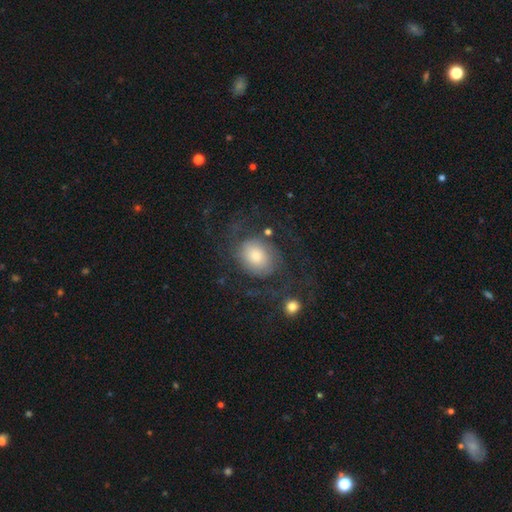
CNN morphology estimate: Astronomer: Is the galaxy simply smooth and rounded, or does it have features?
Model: featured or disk — 47% (runner-up: smooth, 44%).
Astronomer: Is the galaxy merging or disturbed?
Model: none — 56%.